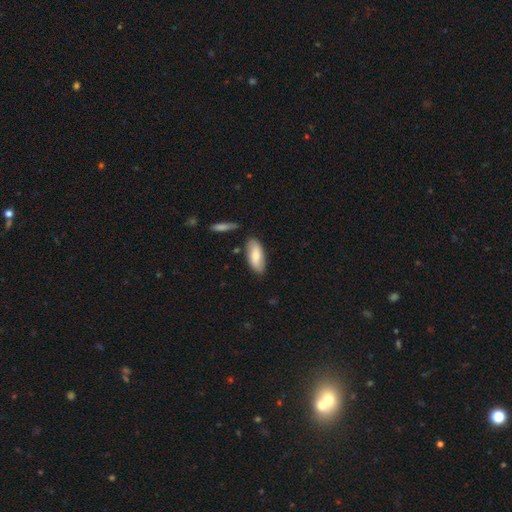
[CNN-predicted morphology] Smooth or featured? Predicted: smooth (p=0.72). How rounded? Predicted: in between (p=0.84). Merging? Predicted: none (p=0.81).